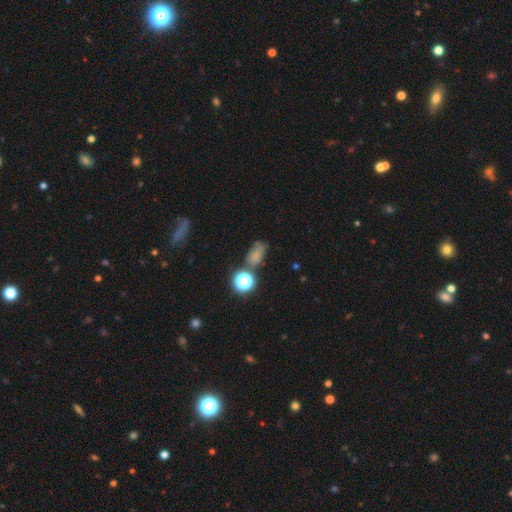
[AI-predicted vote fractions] smooth_or_featured: smooth (p=0.61) [alt: star or artifact p=0.25]
how_rounded: in between (p=0.70) [alt: round p=0.26]
merging: none (p=0.50) [alt: minor disturbance p=0.24]